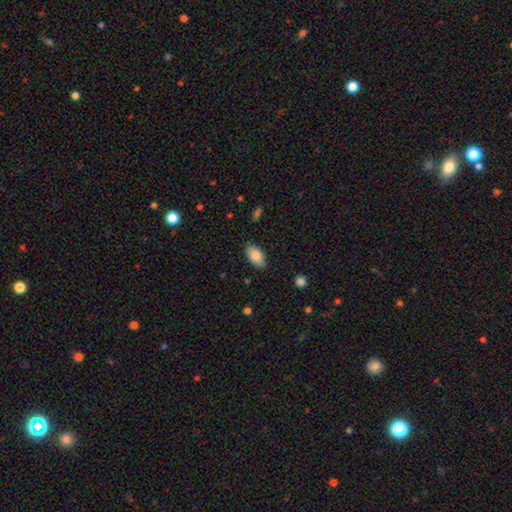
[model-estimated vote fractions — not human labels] smooth-or-featured: smooth: 83% | featured or disk: 10% | star or artifact: 7%
  how-rounded: in between: 93% | round: 4% | cigar-shaped: 3%
  merging: none: 82% | minor disturbance: 14% | major disturbance: 3% | merger: 1%